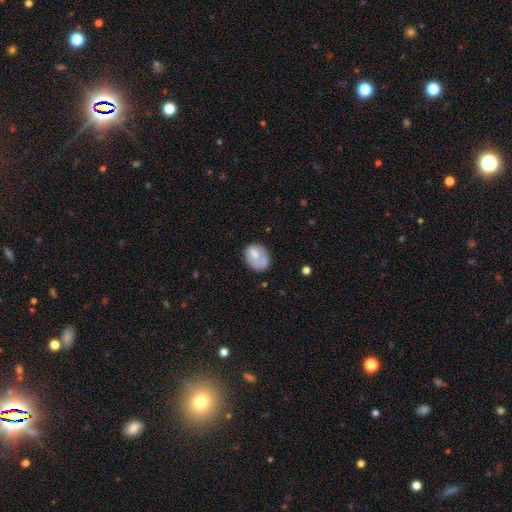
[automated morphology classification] Overall: smooth (67%). How rounded: in between (62%; round 37%). Merging: none (48%; minor disturbance 27%).